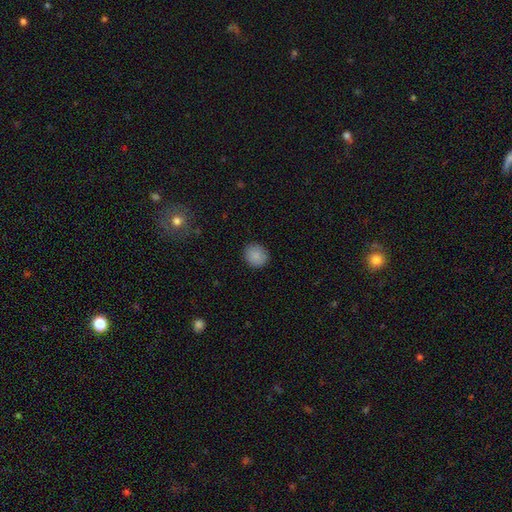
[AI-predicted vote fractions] Smooth or featured?
  - smooth: 88% *
  - star or artifact: 8%
  - featured or disk: 4%
How rounded?
  - round: 81% *
  - in between: 18%
  - cigar-shaped: 1%
Merging?
  - none: 89% *
  - minor disturbance: 8%
  - major disturbance: 2%
  - merger: 1%